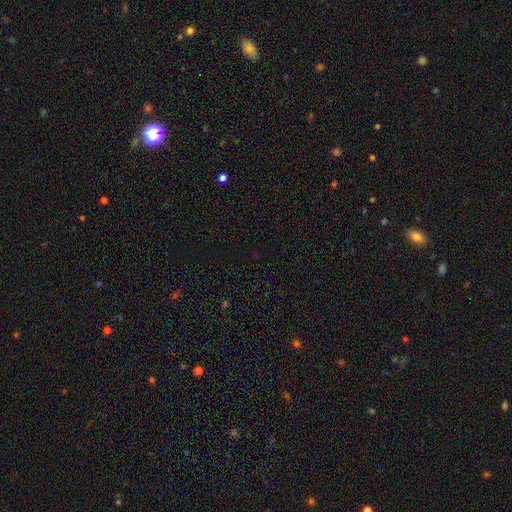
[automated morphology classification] smooth-or-featured: star or artifact: 68% | smooth: 25% | featured or disk: 7%